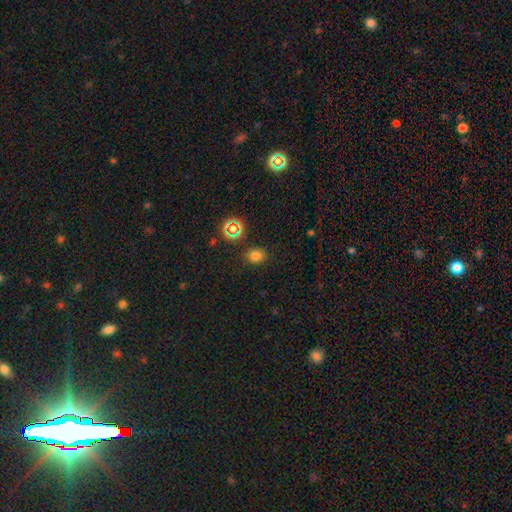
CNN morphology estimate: smooth_or_featured: smooth (p=0.74) [alt: star or artifact p=0.20]
how_rounded: round (p=0.64) [alt: in between p=0.35]
merging: none (p=0.84) [alt: minor disturbance p=0.10]